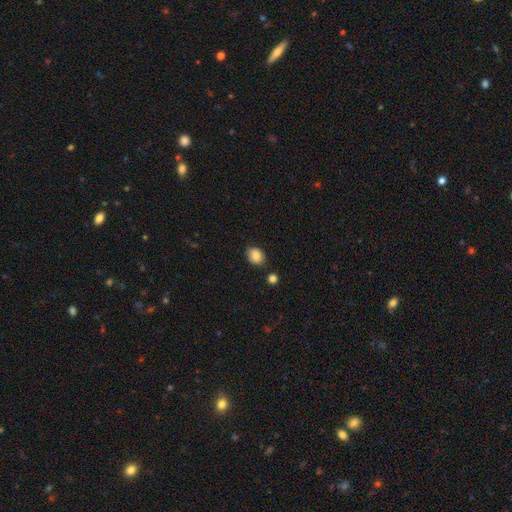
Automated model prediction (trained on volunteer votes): Morphology: type=smooth (85%); roundness=in between (66%); merging=none (84%).